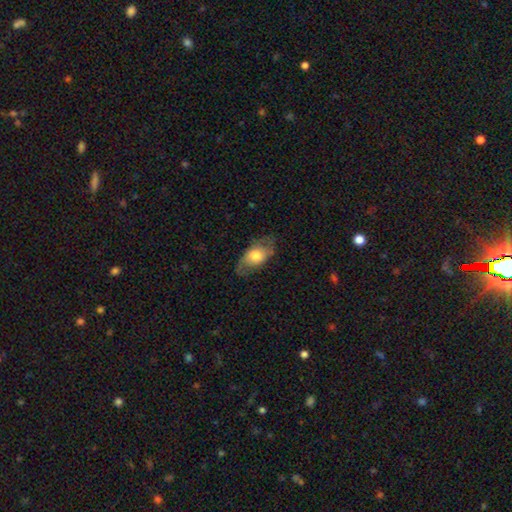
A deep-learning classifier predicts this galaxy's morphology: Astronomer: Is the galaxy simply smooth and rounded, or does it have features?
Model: smooth — 55% (runner-up: featured or disk, 38%).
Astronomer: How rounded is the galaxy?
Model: in between — 86%.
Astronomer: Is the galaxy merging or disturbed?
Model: none — 66%.